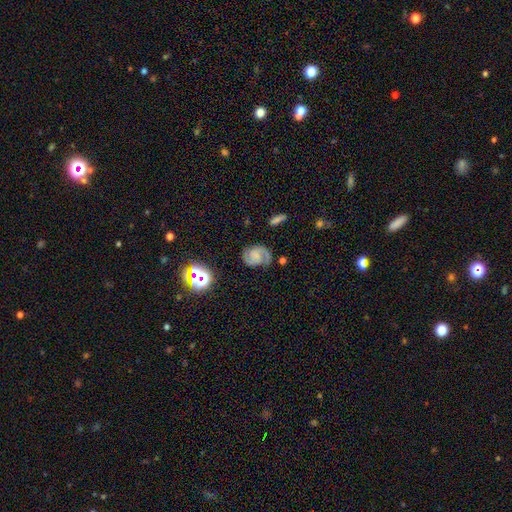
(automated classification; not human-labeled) Smooth or featured? featured or disk (73%)
Edge-on disk? no (98%)
Bar? no (55%)
Spiral arms? yes (95%)
Spiral winding? medium (50%)
Spiral arm count? 2 (84%)
Bulge size? none (41%)
Merging? none (69%)